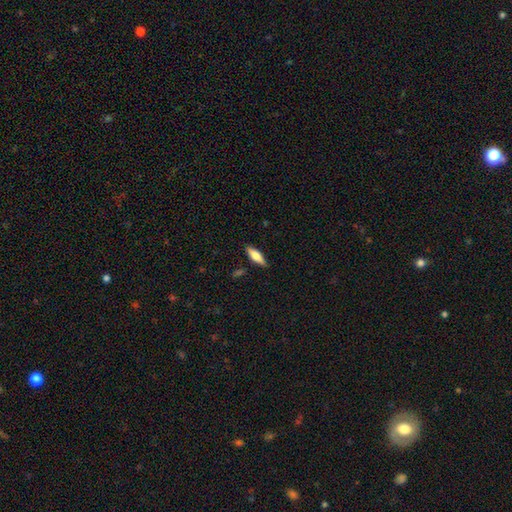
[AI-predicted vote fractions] The model was most divided on "how rounded": in between: 59%, cigar-shaped: 39%, round: 2%. More confident: merging — none (84%); smooth or featured — smooth (71%).